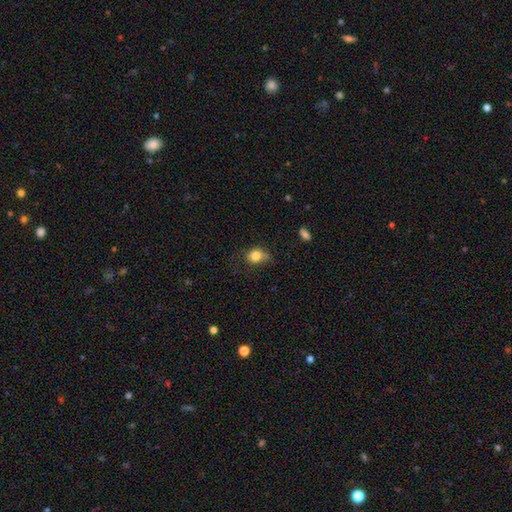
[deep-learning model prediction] Smooth or featured? smooth (81%)
How rounded? round (55%)
Merging? none (50%)